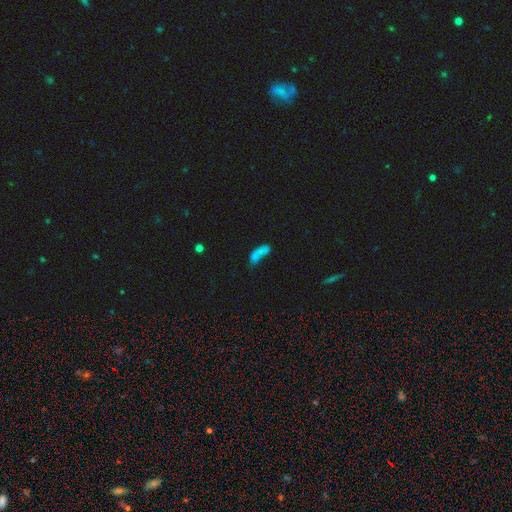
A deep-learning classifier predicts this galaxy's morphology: Smooth or featured: smooth — 61% (featured or disk — 23%)
How rounded: in between — 71% (cigar-shaped — 20%)
Merging: merger — 43% (none — 24%)